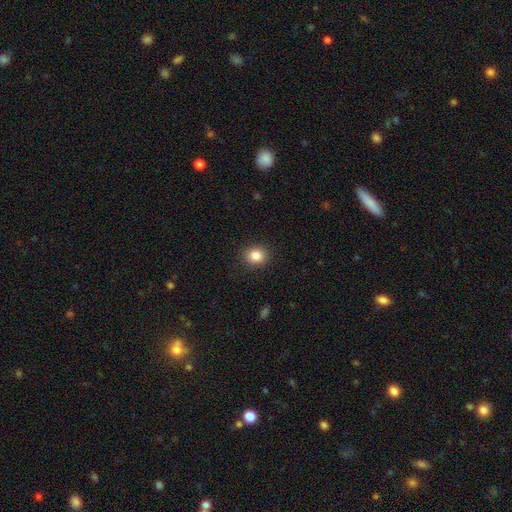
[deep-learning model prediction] Morphology: type=smooth (85%); roundness=round (68%); merging=none (90%).